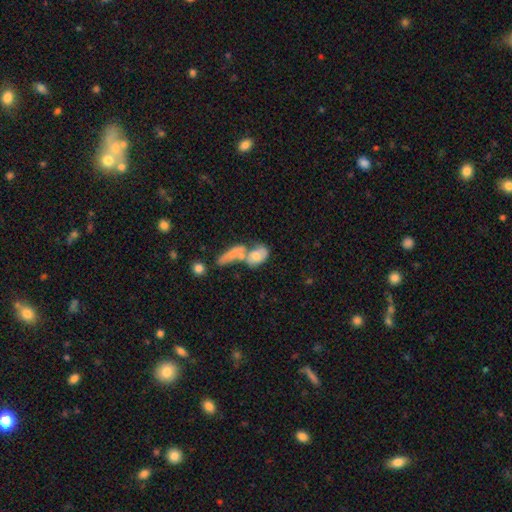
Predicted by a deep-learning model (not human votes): Morphology: type=smooth (58%); roundness=in between (66%); merging=merger (53%).